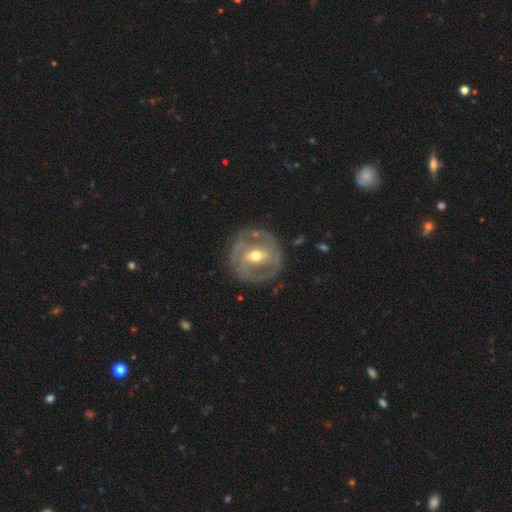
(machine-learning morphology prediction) A featured or disk galaxy (77%) with a weak bar (44%), 2 (51%) tight (55%) spiral arms (69%) and a moderate central bulge (72%). Merging: none (77%).